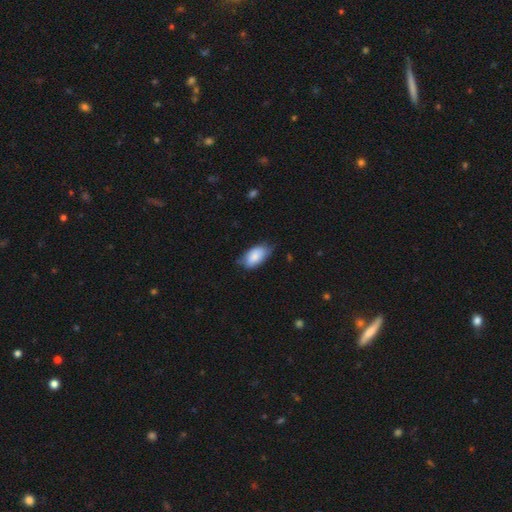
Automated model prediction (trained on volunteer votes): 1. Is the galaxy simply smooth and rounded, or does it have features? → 84% smooth, 10% featured or disk, 6% star or artifact.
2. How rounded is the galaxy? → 94% in between, 4% round, 2% cigar-shaped.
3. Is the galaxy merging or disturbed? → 59% none, 34% minor disturbance, 6% major disturbance, 1% merger.